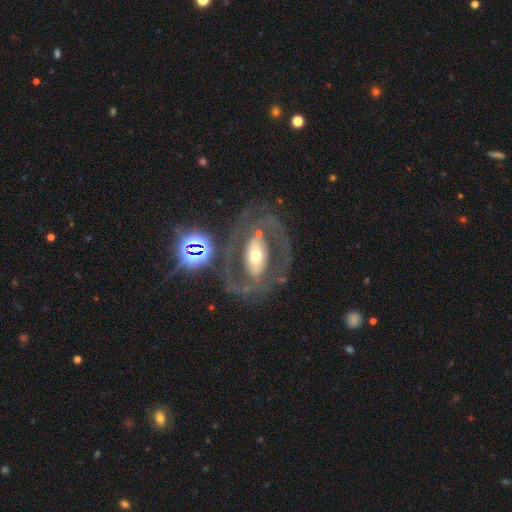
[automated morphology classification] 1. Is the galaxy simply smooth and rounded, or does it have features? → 70% featured or disk, 20% smooth, 10% star or artifact.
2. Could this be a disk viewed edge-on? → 93% no, 7% yes.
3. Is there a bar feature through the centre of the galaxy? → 43% no, 33% strong, 24% weak.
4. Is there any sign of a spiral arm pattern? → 53% no, 47% yes.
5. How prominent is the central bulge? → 55% moderate, 27% small, 13% large, 3% dominant, 2% none.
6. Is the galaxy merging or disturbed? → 68% none, 14% major disturbance, 13% minor disturbance, 4% merger.